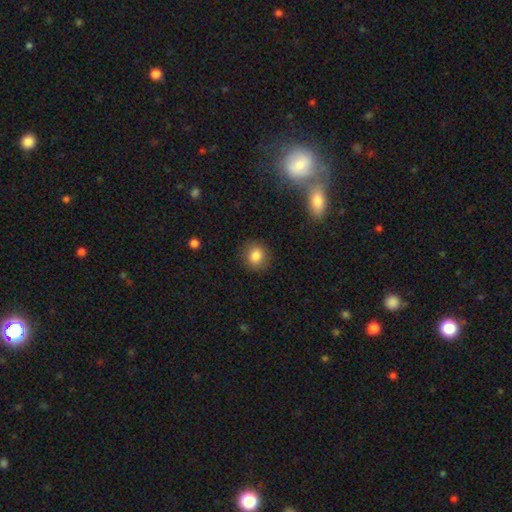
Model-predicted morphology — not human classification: type=smooth (84%); roundness=round (82%); merging=none (88%).